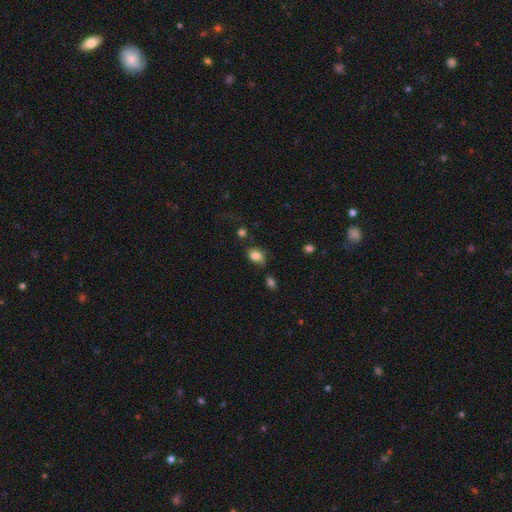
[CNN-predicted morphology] smooth_or_featured: smooth (p=0.80) [alt: featured or disk p=0.10]
how_rounded: in between (p=0.65) [alt: round p=0.33]
merging: none (p=0.48) [alt: minor disturbance p=0.32]